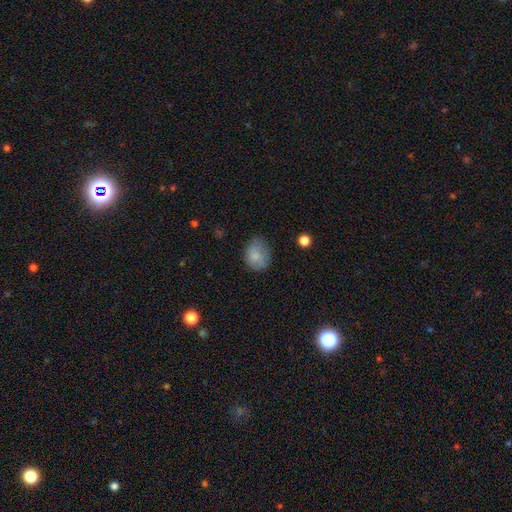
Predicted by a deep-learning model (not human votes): Smooth or featured: smooth — 78% (featured or disk — 13%)
How rounded: round — 50% (in between — 49%)
Merging: none — 57% (minor disturbance — 30%)